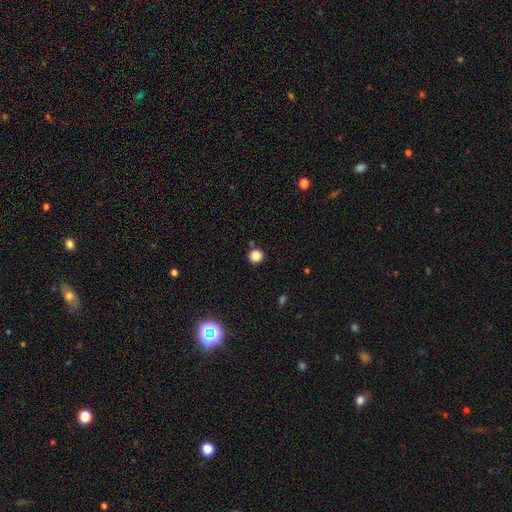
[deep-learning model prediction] smooth 85%, star or artifact 12%, featured or disk 4%. Down the decision tree: how rounded — round (95%); merging — none (88%).